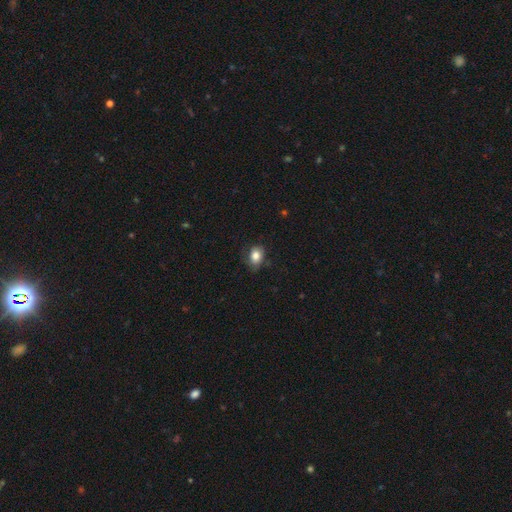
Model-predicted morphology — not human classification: Overall: smooth (82%). How rounded: in between (63%; round 36%). Merging: none (65%; minor disturbance 26%).